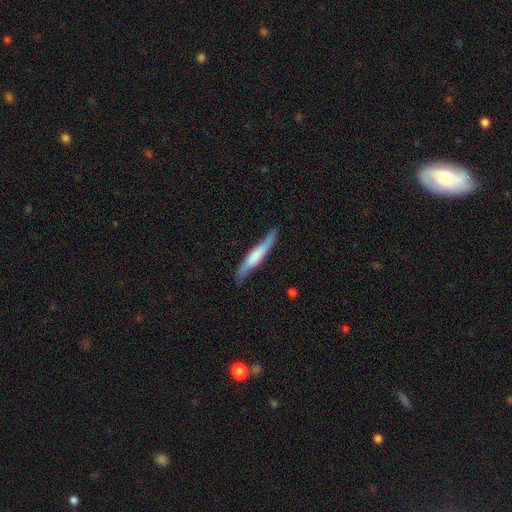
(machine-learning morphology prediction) Smooth or featured?
  - smooth: 50% *
  - featured or disk: 45%
  - star or artifact: 5%
How rounded?
  - cigar-shaped: 91% *
  - in between: 7%
  - round: 1%
Merging?
  - none: 75% *
  - minor disturbance: 19%
  - major disturbance: 4%
  - merger: 2%